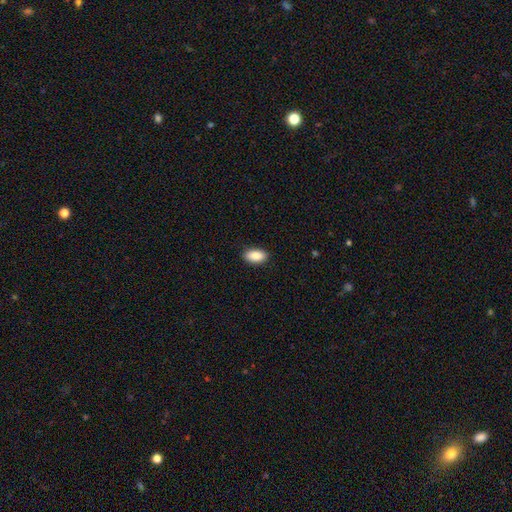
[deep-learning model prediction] smooth-or-featured: smooth: 88% | star or artifact: 7% | featured or disk: 5%
  how-rounded: in between: 93% | round: 4% | cigar-shaped: 4%
  merging: none: 89% | minor disturbance: 8% | major disturbance: 2% | merger: 1%